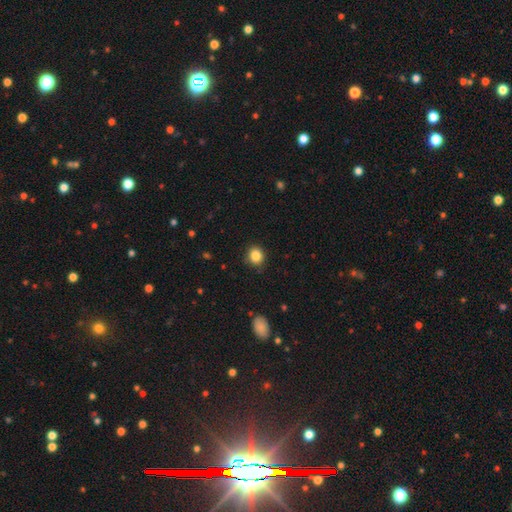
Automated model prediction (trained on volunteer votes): smooth 85%, star or artifact 10%, featured or disk 4%. Down the decision tree: how rounded — round (79%); merging — none (88%).